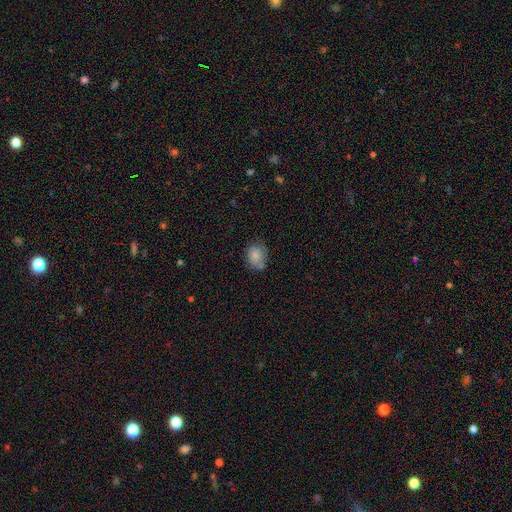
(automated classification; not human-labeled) smooth-or-featured: smooth: 82% | featured or disk: 9% | star or artifact: 9%
  how-rounded: in between: 50% | round: 49% | cigar-shaped: 1%
  merging: none: 64% | minor disturbance: 20% | merger: 11% | major disturbance: 5%